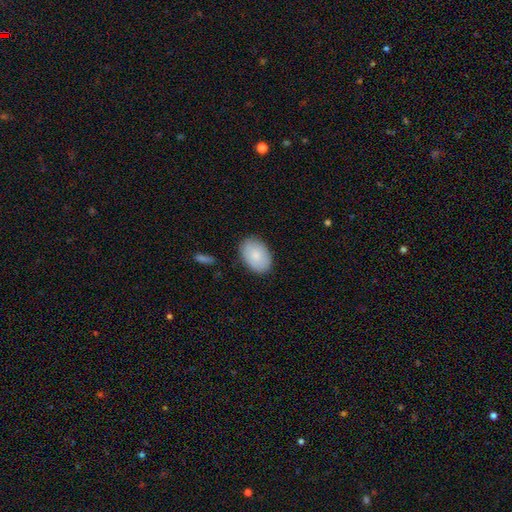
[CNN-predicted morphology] Overall: smooth (84%). How rounded: in between (86%). Merging: none (86%).